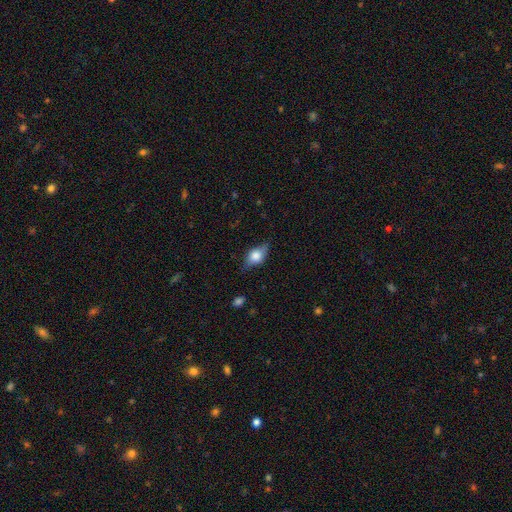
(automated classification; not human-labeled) A smooth galaxy with no disk features (60%) that is in between round and cigar-shaped (70%).

Vote fractions:
- Smooth or featured? smooth: 60% / featured or disk: 32% / star or artifact: 8%
- How rounded? in between: 70% / round: 25% / cigar-shaped: 6%
- Merging? none: 69% / minor disturbance: 23% / major disturbance: 6% / merger: 1%